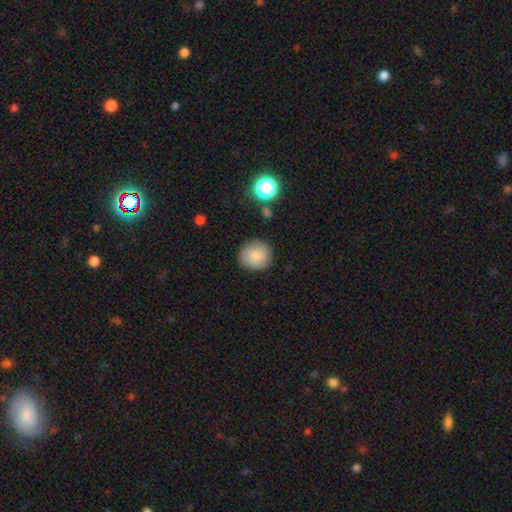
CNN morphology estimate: A smooth galaxy with no disk features (83%) that is round (88%). Merging: none (84%).